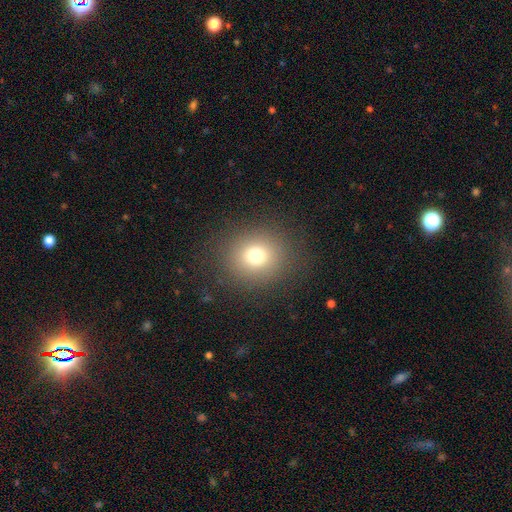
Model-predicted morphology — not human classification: type=smooth (74%); roundness=round (85%); merging=none (87%).